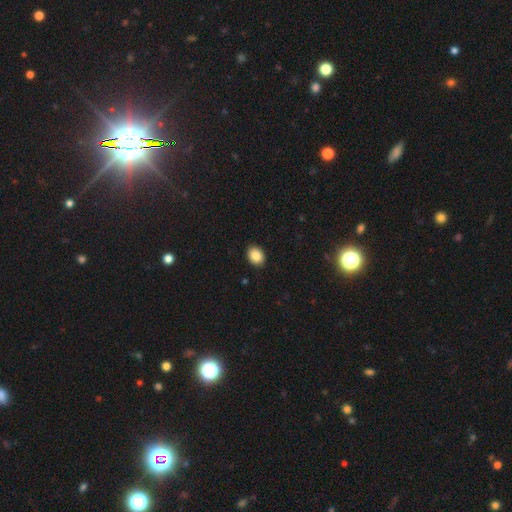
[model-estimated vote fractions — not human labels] A smooth galaxy with no disk features (87%) that is in between round and cigar-shaped (62%).

Vote fractions:
- Smooth or featured? smooth: 87% / star or artifact: 8% / featured or disk: 4%
- How rounded? in between: 62% / round: 37% / cigar-shaped: 1%
- Merging? none: 91% / minor disturbance: 6% / major disturbance: 2% / merger: 1%